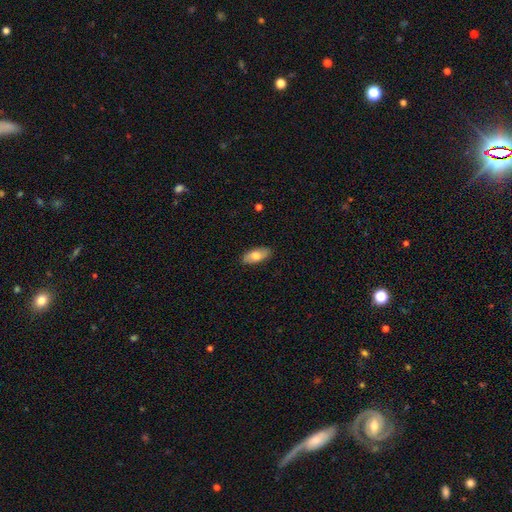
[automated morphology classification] This is likely a smooth galaxy (74%). How rounded: clearly in between (86%). Merging: clearly none (88%).